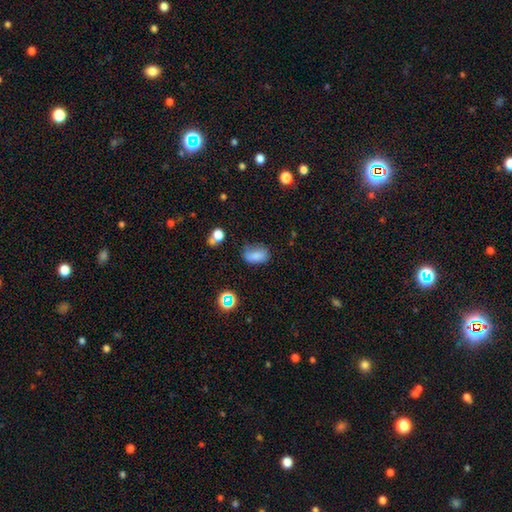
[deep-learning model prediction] Smooth or featured?
  - smooth: 78% *
  - star or artifact: 13%
  - featured or disk: 10%
How rounded?
  - in between: 85% *
  - round: 13%
  - cigar-shaped: 2%
Merging?
  - none: 52% *
  - minor disturbance: 32%
  - major disturbance: 11%
  - merger: 5%